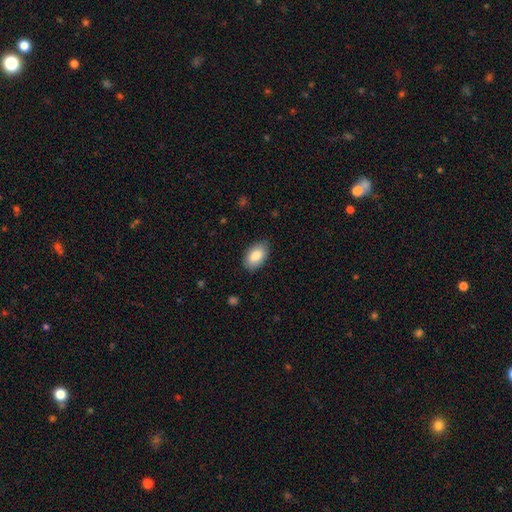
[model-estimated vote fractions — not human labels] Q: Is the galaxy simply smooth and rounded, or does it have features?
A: smooth — 85%.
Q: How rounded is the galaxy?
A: in between — 94%.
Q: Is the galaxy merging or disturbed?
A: none — 84%.